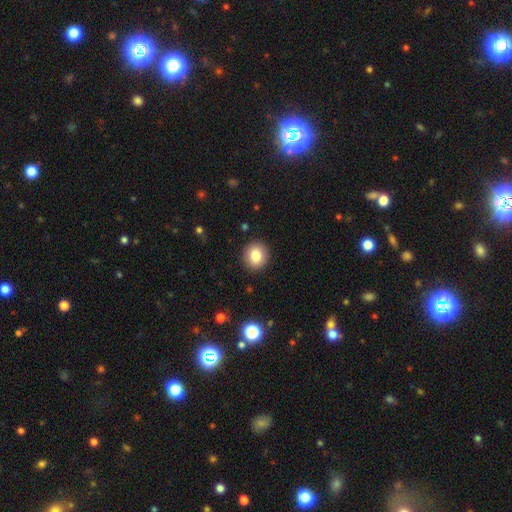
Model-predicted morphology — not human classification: Smooth or featured: smooth — 82% (star or artifact — 10%)
How rounded: round — 84% (in between — 16%)
Merging: none — 91% (minor disturbance — 6%)